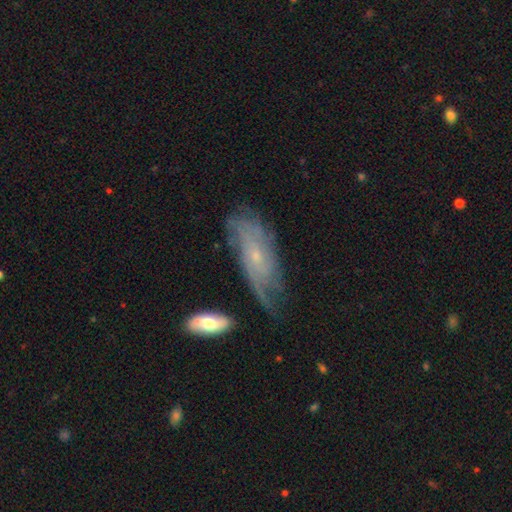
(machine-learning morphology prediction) Smooth or featured? featured or disk (67%)
Edge-on disk? no (86%)
Bar? no (75%)
Spiral arms? yes (81%)
Bulge size? small (80%)
Merging? none (53%)